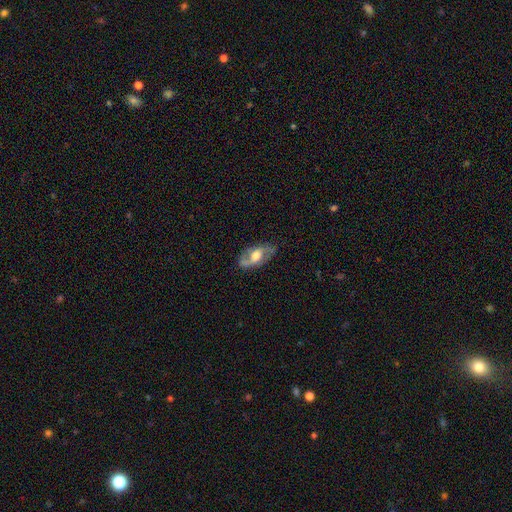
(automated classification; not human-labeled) smooth_or_featured: featured or disk (p=0.69) [alt: smooth p=0.24]
disk_edge_on: no (p=0.89) [alt: yes p=0.11]
bar: no (p=0.49) [alt: weak p=0.39]
has_spiral_arms: yes (p=0.83) [alt: no p=0.17]
spiral_winding: loose (p=0.45) [alt: medium p=0.41]
spiral_arm_count: 2 (p=0.86) [alt: can't tell p=0.07]
bulge_size: moderate (p=0.50) [alt: large p=0.38]
merging: none (p=0.75) [alt: minor disturbance p=0.17]